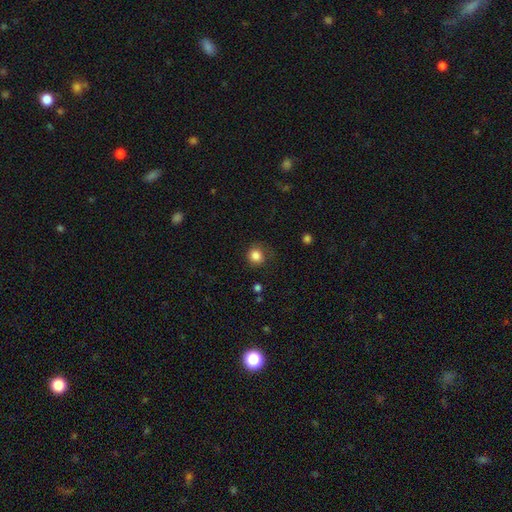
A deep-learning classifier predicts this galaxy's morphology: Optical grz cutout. It shows a smooth galaxy with no disk features (84%) that is round (84%). Merging: none (74%).